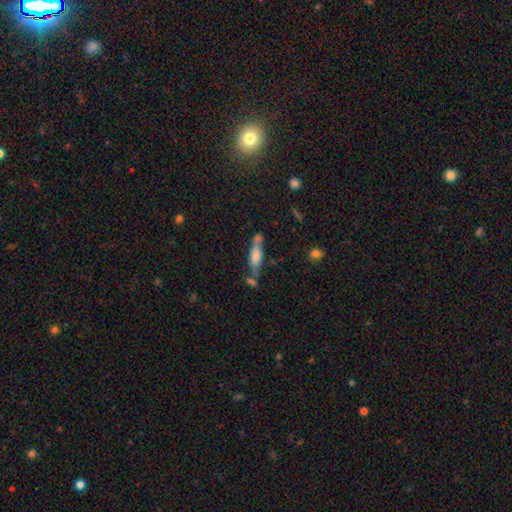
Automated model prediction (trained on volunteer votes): A smooth galaxy with no disk features (61%) that is cigar-shaped (53%). Merging: none (46%).